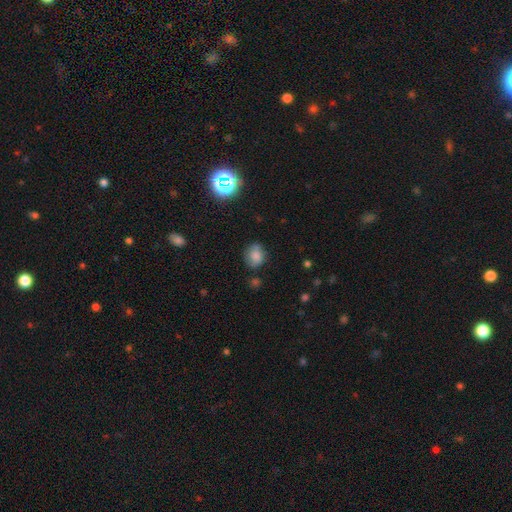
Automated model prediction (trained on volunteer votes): A smooth galaxy with no disk features (76%) that is round (52%). Merging: none (65%).